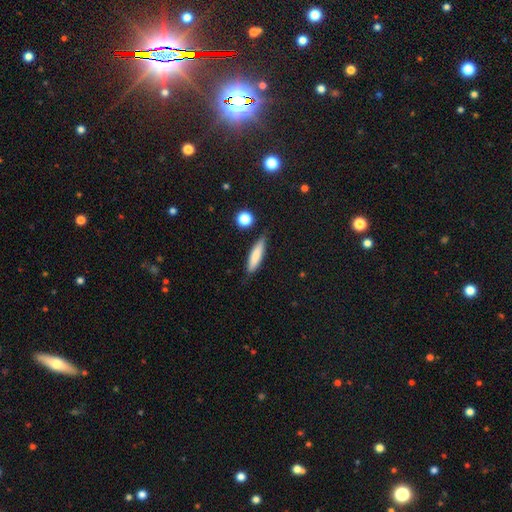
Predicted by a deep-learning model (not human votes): smooth 80%, featured or disk 14%, star or artifact 7%. Down the decision tree: how rounded — cigar-shaped (75%); merging — none (81%).